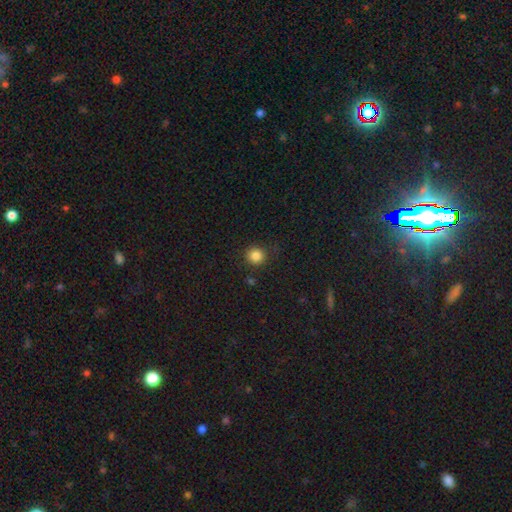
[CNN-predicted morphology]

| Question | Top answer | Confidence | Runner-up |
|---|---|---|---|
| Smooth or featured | smooth | 85% | star or artifact (11%) |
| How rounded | round | 93% | in between (6%) |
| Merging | none | 87% | minor disturbance (8%) |